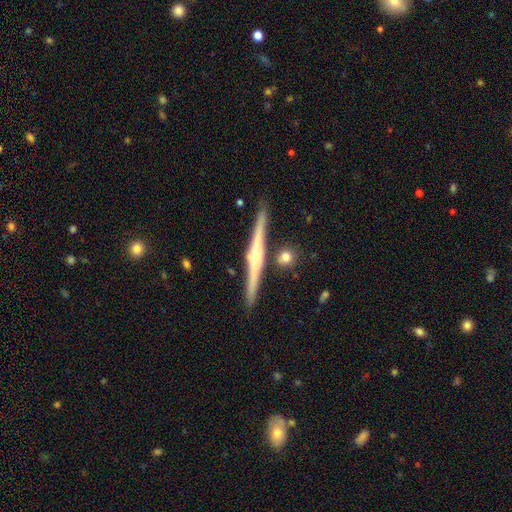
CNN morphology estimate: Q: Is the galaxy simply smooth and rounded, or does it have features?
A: featured or disk — 79%.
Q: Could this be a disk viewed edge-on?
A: yes — 98%.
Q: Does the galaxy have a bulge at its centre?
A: rounded — 73%.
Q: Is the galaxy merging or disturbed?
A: none — 87%.